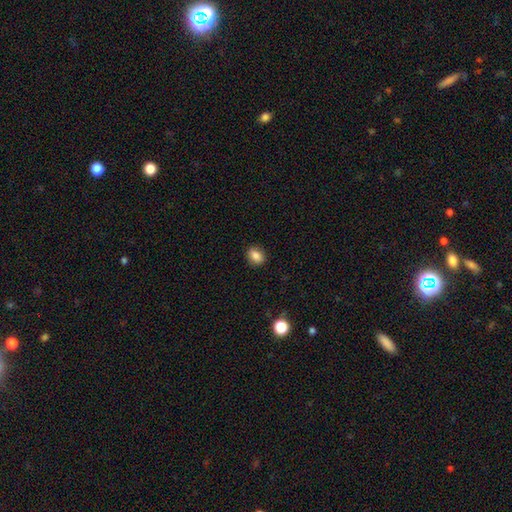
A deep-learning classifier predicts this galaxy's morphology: Smooth or featured? Predicted: smooth (p=0.85). How rounded? Predicted: in between (p=0.61). Merging? Predicted: none (p=0.89).